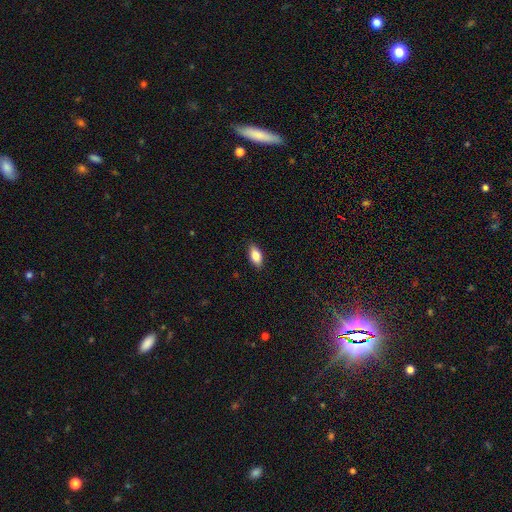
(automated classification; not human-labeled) smooth-or-featured: smooth: 84% | featured or disk: 9% | star or artifact: 7%
  how-rounded: in between: 89% | cigar-shaped: 8% | round: 3%
  merging: none: 88% | minor disturbance: 9% | major disturbance: 2% | merger: 1%